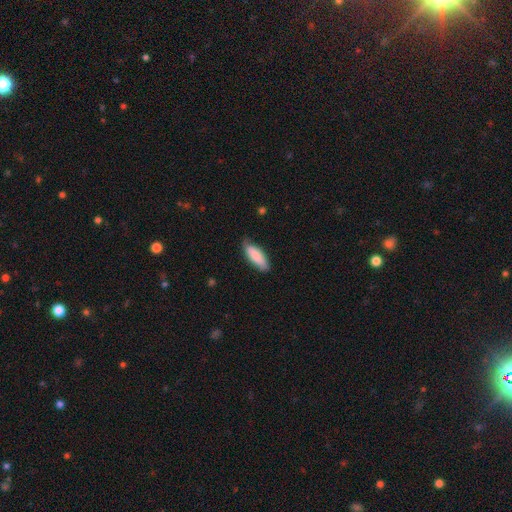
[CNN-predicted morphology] Q: Smooth or featured?
A: smooth (84%); runner-up: featured or disk (10%)
Q: How rounded?
A: in between (64%); runner-up: cigar-shaped (35%)
Q: Merging?
A: none (75%); runner-up: minor disturbance (21%)